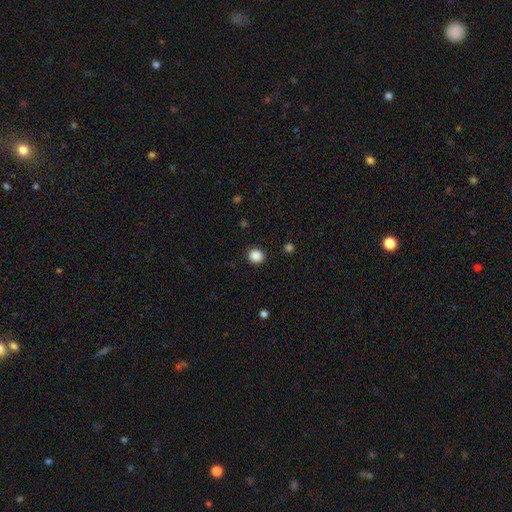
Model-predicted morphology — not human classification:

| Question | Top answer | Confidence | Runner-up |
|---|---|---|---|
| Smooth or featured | smooth | 87% | star or artifact (10%) |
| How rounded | round | 83% | in between (16%) |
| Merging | none | 90% | minor disturbance (7%) |